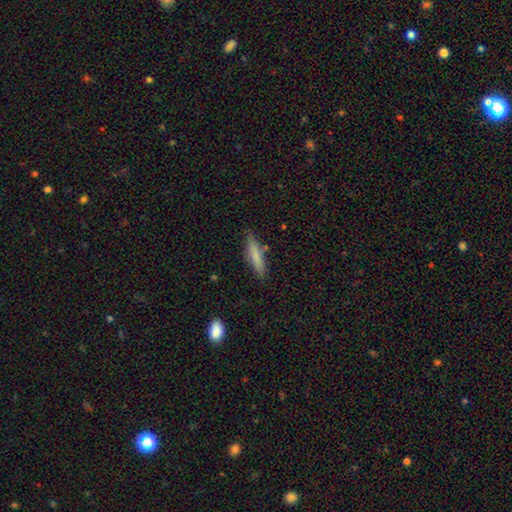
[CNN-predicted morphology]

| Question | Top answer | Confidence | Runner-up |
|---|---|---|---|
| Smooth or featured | smooth | 77% | featured or disk (16%) |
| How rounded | cigar-shaped | 82% | in between (17%) |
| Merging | none | 82% | minor disturbance (13%) |